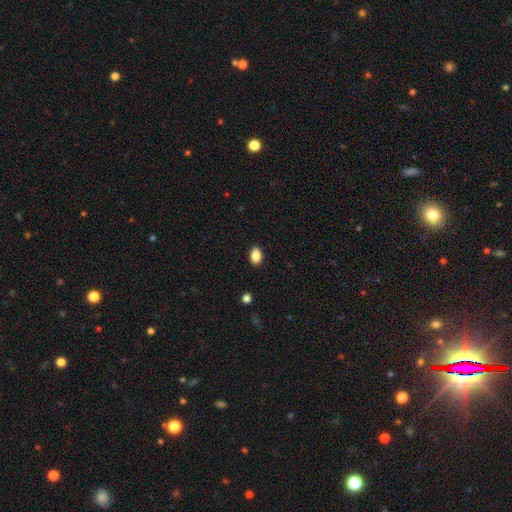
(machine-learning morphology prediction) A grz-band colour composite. It shows a smooth galaxy with no disk features (87%) that is in between round and cigar-shaped (79%). Merging: none (90%).